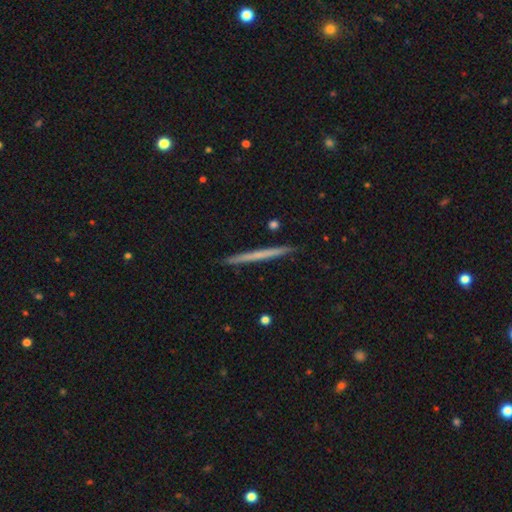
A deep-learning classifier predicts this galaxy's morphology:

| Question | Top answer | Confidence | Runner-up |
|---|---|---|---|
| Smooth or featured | smooth | 50% | featured or disk (45%) |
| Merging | none | 92% | minor disturbance (6%) |